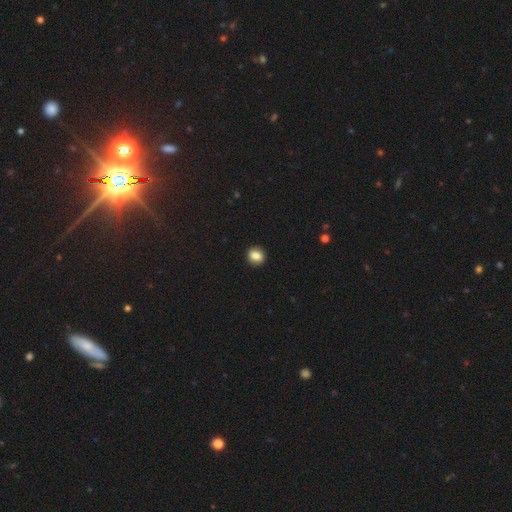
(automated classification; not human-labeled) Smooth or featured? smooth (83%)
How rounded? round (73%)
Merging? none (90%)